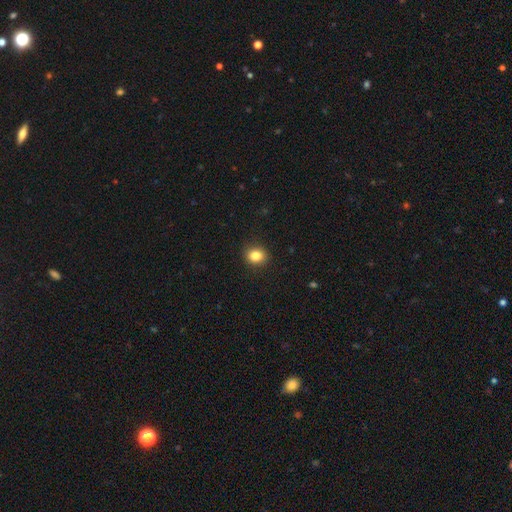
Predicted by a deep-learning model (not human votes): smooth-or-featured: smooth: 85% | star or artifact: 10% | featured or disk: 5%
  how-rounded: round: 64% | in between: 35% | cigar-shaped: 1%
  merging: none: 90% | minor disturbance: 7% | major disturbance: 2% | merger: 1%